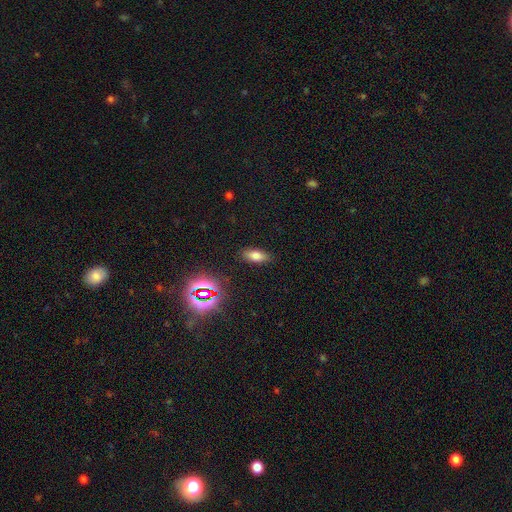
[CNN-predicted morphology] smooth 73%, star or artifact 16%, featured or disk 11%. Down the decision tree: how rounded — in between (80%); merging — none (86%).